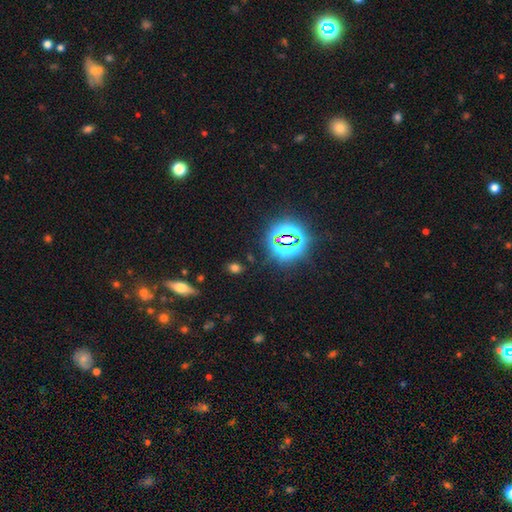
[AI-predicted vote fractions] star or artifact 77%, smooth 16%, featured or disk 8%.